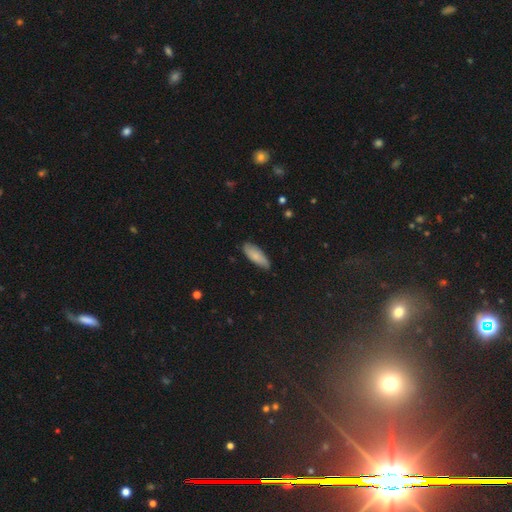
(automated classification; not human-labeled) This is clearly a smooth galaxy (81%). How rounded: likely in between (70%). Merging: clearly none (81%).